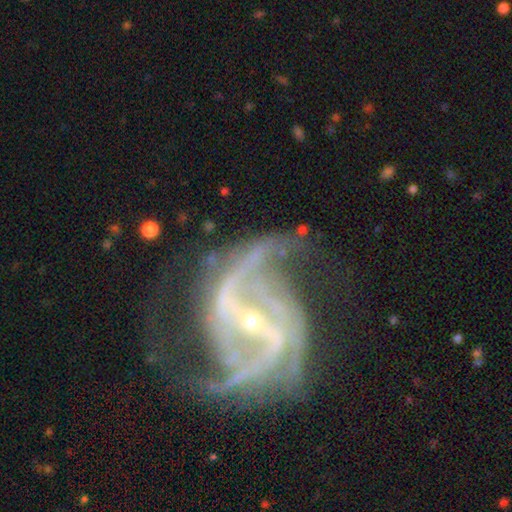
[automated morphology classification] A featured or disk galaxy (91%) with a strong bar (67%), 2 (67%) medium (48%) spiral arms (97%) and a small central bulge (85%).

Vote fractions:
- Smooth or featured? featured or disk: 91% / star or artifact: 6% / smooth: 3%
- Edge-on disk? no: 97% / yes: 3%
- Bar? strong: 67% / weak: 21% / no: 11%
- Spiral arms? yes: 97% / no: 3%
- Spiral winding? medium: 48% / loose: 35% / tight: 17%
- Spiral arm count? 2: 67% / 3: 13% / can't tell: 6% / 4: 5% / 1: 4% / more than 4: 4%
- Bulge size? small: 85% / moderate: 11% / none: 1% / large: 1% / dominant: 1%
- Merging? none: 52% / major disturbance: 24% / minor disturbance: 20% / merger: 4%